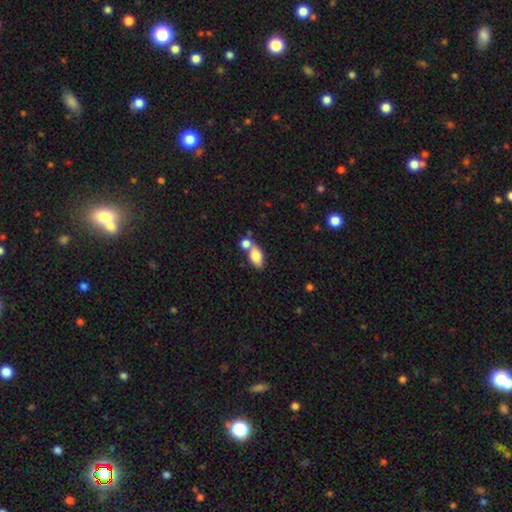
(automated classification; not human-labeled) The model was most divided on "merging": merger: 51%, none: 35%, minor disturbance: 10%, major disturbance: 4%. More confident: how rounded — in between (86%); smooth or featured — smooth (79%).